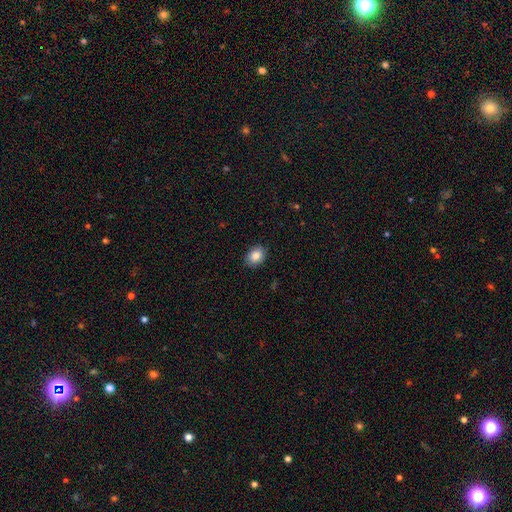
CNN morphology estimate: This is clearly a smooth galaxy (87%). How rounded: likely in between (68%). Merging: clearly none (87%).